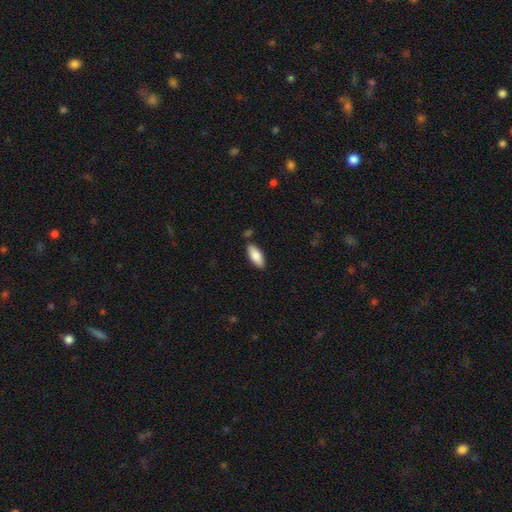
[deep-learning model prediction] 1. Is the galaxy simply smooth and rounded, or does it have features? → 82% smooth, 12% featured or disk, 6% star or artifact.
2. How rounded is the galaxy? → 79% in between, 19% cigar-shaped, 2% round.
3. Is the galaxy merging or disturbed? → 84% none, 11% minor disturbance, 3% merger, 2% major disturbance.